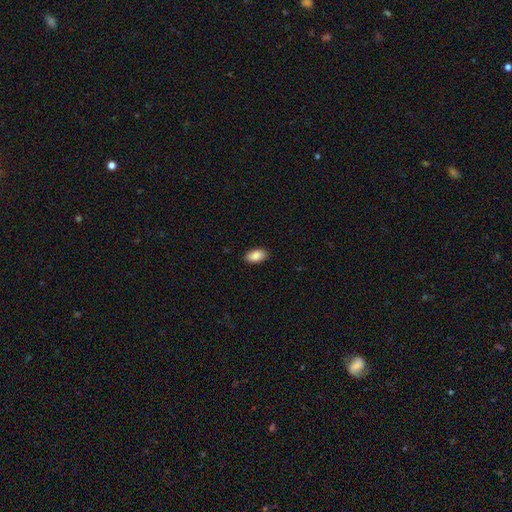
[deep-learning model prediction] smooth 89%, star or artifact 7%, featured or disk 5%. Down the decision tree: how rounded — in between (94%); merging — none (89%).